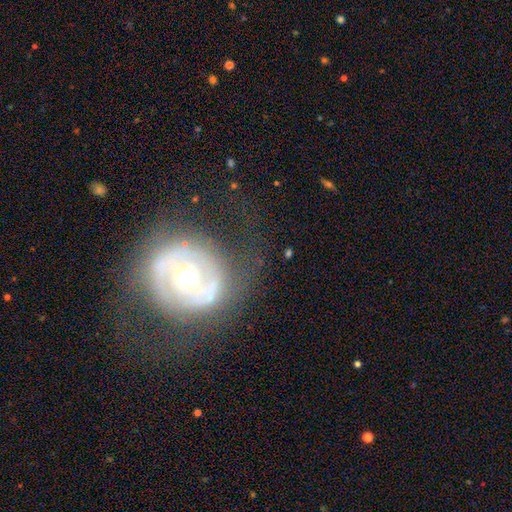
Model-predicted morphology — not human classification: Overall: featured or disk (69%). Edge-on disk: no (95%). Bar: no (56%; weak 25%). Spiral arms: no (53%; yes 47%). Bulge size: moderate (70%). Merging: none (64%).